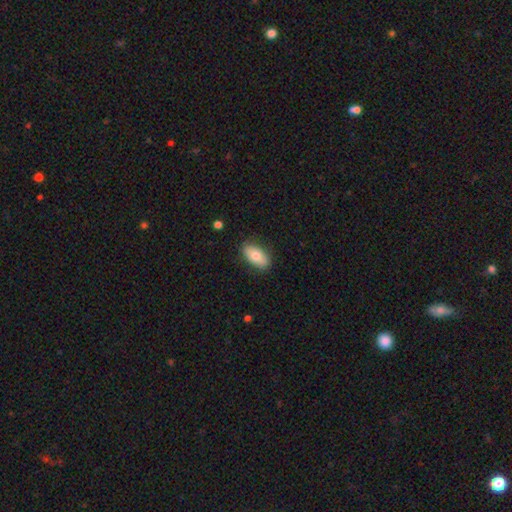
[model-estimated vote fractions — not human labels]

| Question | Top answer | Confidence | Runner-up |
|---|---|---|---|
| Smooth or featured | smooth | 75% | featured or disk (19%) |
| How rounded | in between | 92% | cigar-shaped (4%) |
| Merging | none | 83% | minor disturbance (13%) |